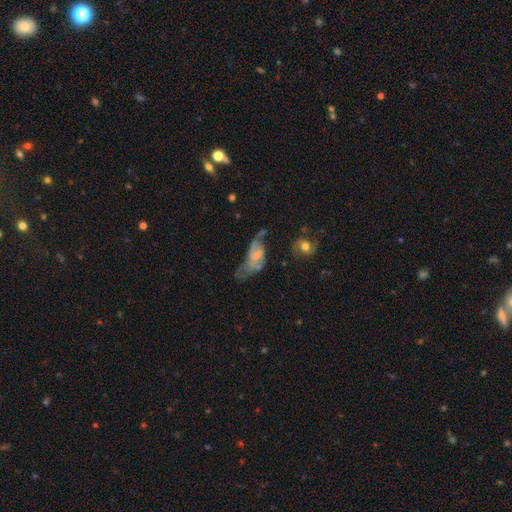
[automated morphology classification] featured or disk 54%, smooth 36%, star or artifact 10%. Down the decision tree: edge-on disk — no (91%); merging — major disturbance (42%).